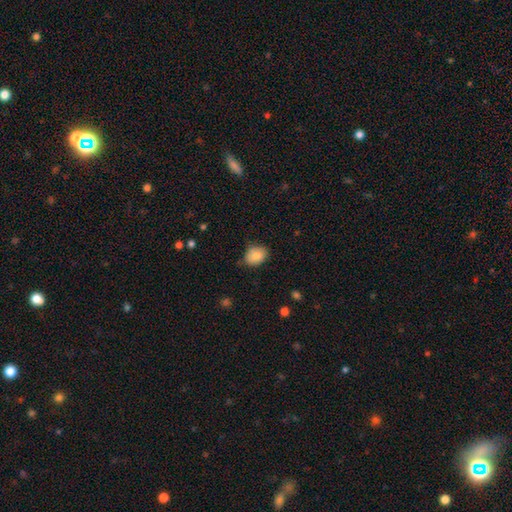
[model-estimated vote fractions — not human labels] Smooth or featured? Predicted: smooth (p=0.83). How rounded? Predicted: in between (p=0.52). Merging? Predicted: none (p=0.75).